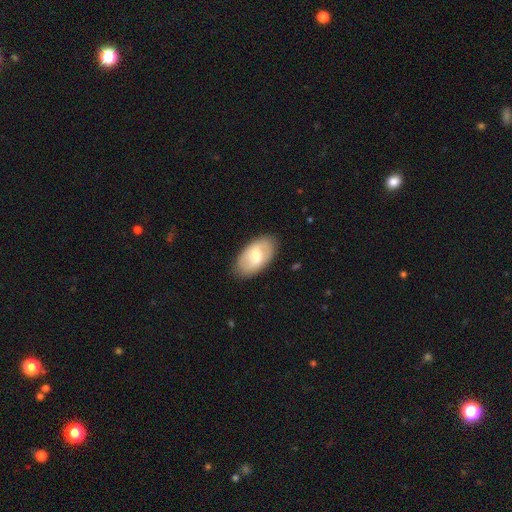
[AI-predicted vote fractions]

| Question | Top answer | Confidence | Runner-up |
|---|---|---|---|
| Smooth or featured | smooth | 51% | featured or disk (43%) |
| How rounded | in between | 94% | round (4%) |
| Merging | none | 84% | minor disturbance (12%) |